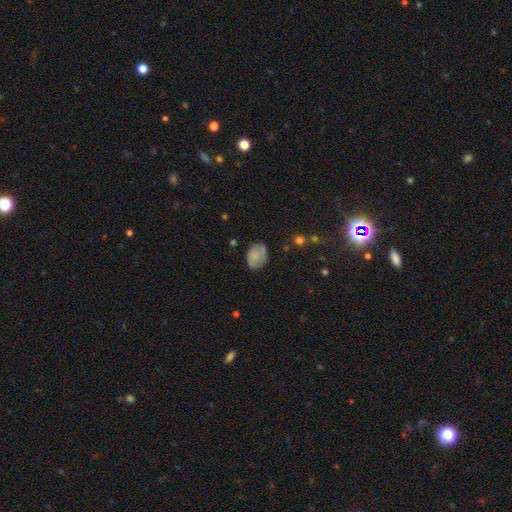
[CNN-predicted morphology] A smooth galaxy with no disk features (65%) that is in between round and cigar-shaped (68%).

Vote fractions:
- Smooth or featured? smooth: 65% / featured or disk: 26% / star or artifact: 9%
- How rounded? in between: 68% / round: 31% / cigar-shaped: 1%
- Merging? none: 67% / minor disturbance: 24% / major disturbance: 7% / merger: 2%